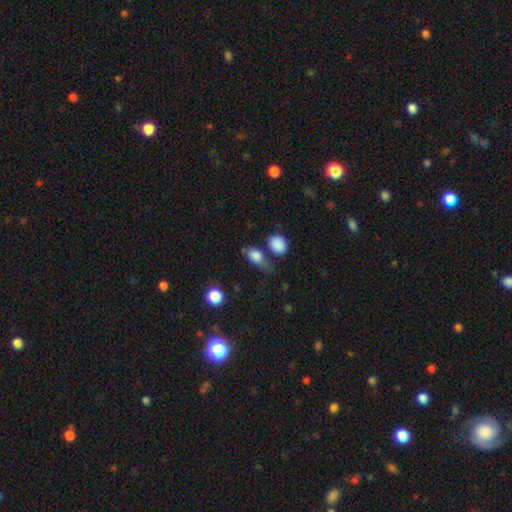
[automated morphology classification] The model was most divided on "merging": none: 46%, minor disturbance: 24%, merger: 17%, major disturbance: 13%. More confident: smooth or featured — smooth (80%); how rounded — in between (68%).